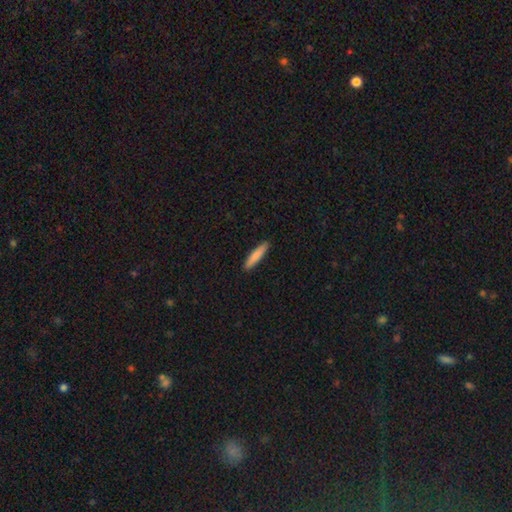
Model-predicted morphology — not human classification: A smooth galaxy with no disk features (84%) that is cigar-shaped (88%). Merging: none (90%).